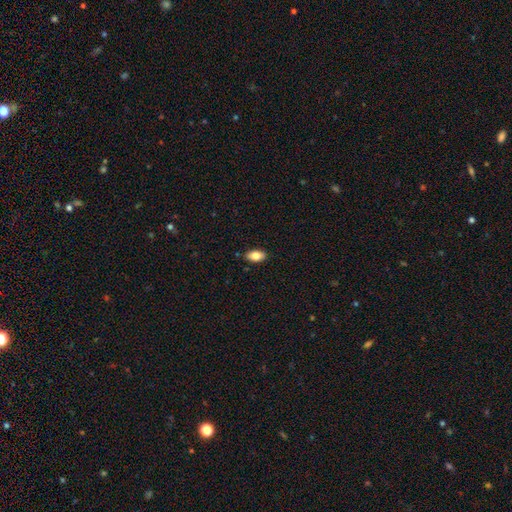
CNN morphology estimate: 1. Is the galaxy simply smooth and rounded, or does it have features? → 81% smooth, 12% featured or disk, 7% star or artifact.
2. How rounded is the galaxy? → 92% in between, 4% round, 4% cigar-shaped.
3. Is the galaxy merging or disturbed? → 86% none, 11% minor disturbance, 2% major disturbance, 1% merger.